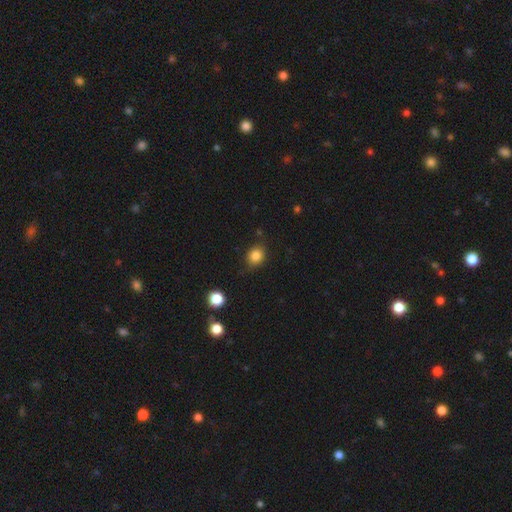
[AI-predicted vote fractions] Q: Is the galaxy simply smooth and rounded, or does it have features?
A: smooth — 84%.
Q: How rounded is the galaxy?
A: round — 64%.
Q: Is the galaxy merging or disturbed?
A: none — 81%.